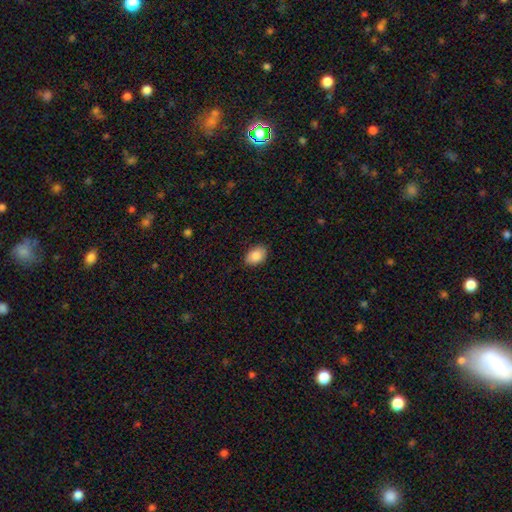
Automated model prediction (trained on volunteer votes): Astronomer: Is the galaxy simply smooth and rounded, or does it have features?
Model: smooth — 87%.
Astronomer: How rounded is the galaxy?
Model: in between — 85%.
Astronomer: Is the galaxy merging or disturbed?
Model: none — 86%.